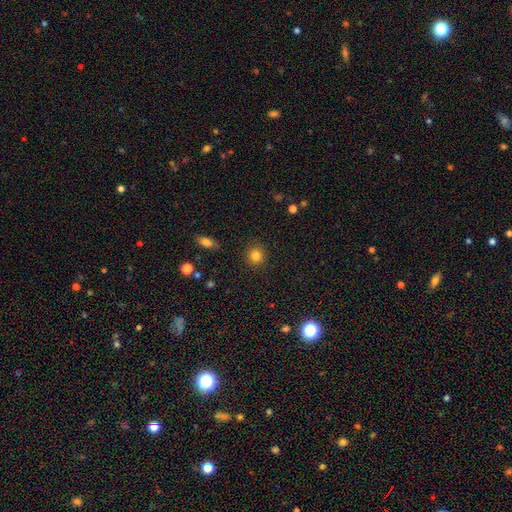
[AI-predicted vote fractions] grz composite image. It shows a smooth galaxy with no disk features (84%) that is round (91%). Merging: none (90%).